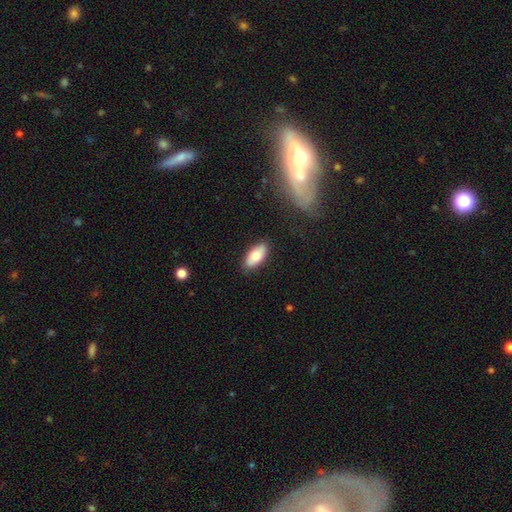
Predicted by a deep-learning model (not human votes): Smooth or featured?
  - smooth: 75% *
  - featured or disk: 18%
  - star or artifact: 6%
How rounded?
  - in between: 90% *
  - cigar-shaped: 8%
  - round: 3%
Merging?
  - none: 86% *
  - minor disturbance: 10%
  - major disturbance: 2%
  - merger: 1%